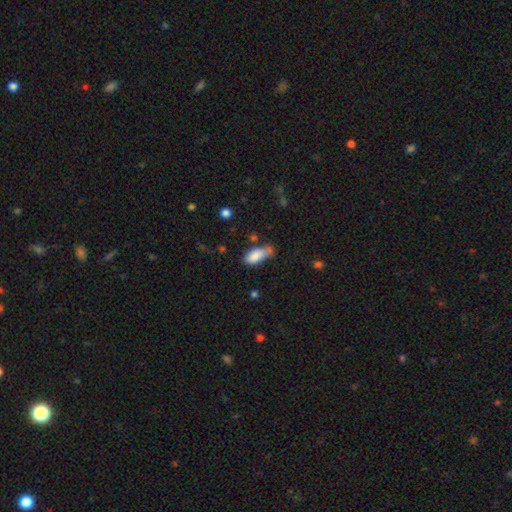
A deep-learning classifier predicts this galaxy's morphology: smooth 82%, featured or disk 10%, star or artifact 8%. Down the decision tree: how rounded — in between (80%); merging — none (41%).